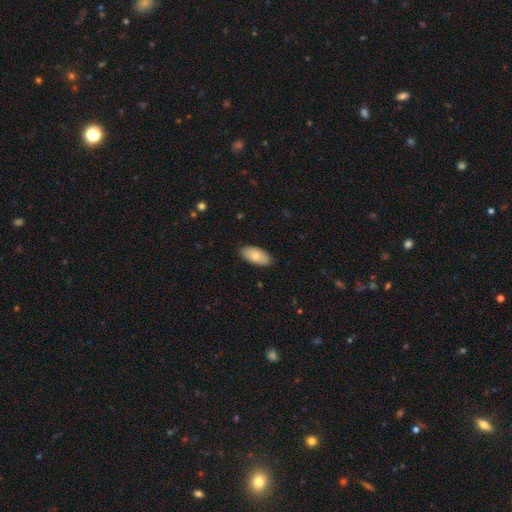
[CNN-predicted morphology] smooth-or-featured: smooth: 79% | featured or disk: 15% | star or artifact: 6%
  how-rounded: in between: 93% | cigar-shaped: 4% | round: 2%
  merging: none: 87% | minor disturbance: 10% | major disturbance: 2% | merger: 1%